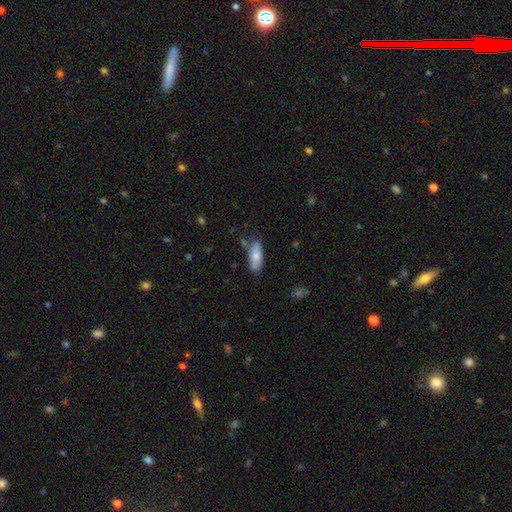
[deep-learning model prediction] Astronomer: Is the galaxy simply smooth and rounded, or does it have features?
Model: smooth — 75%.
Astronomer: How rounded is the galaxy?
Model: in between — 65%.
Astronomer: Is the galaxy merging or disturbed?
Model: none — 68%.